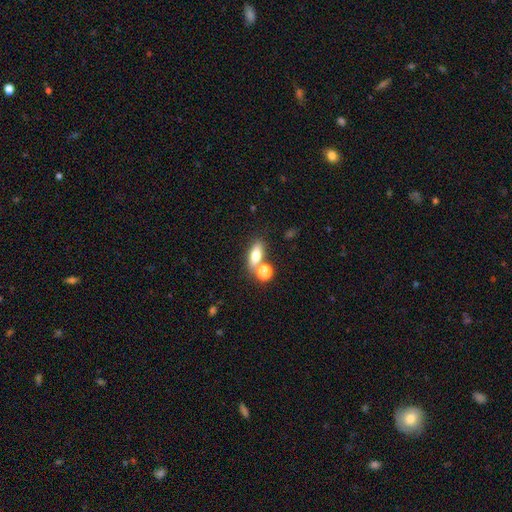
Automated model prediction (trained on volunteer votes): This appears to be a smooth galaxy with no disk features (73%) that is in between round and cigar-shaped (69%). Merging: none (61%).